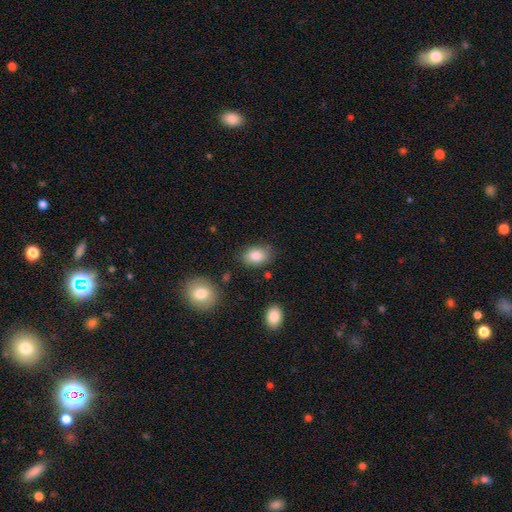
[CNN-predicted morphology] A smooth galaxy with no disk features (85%) that is in between round and cigar-shaped (81%). Merging: none (77%).